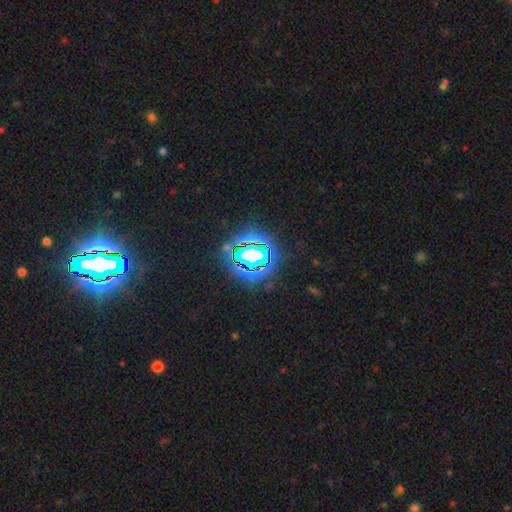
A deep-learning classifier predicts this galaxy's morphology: This is likely a star or artifact rather than a galaxy (74%).